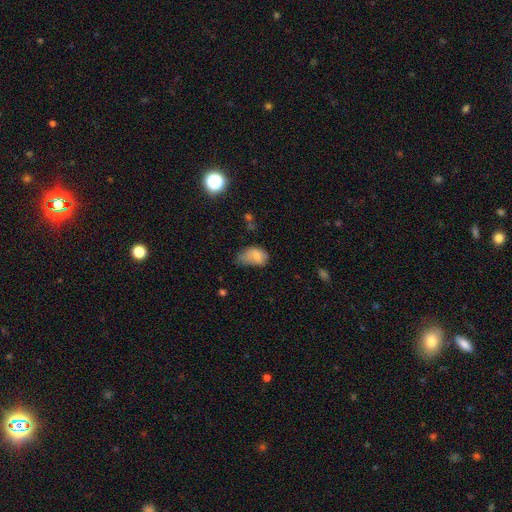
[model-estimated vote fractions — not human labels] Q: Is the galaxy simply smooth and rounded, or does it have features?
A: smooth — 76%.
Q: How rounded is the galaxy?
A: in between — 86%.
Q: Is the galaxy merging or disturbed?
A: minor disturbance — 43%.